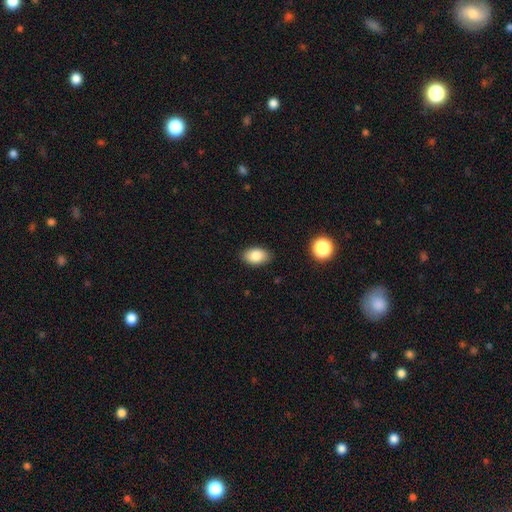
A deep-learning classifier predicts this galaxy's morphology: The model was most divided on "merging": none: 87%, minor disturbance: 10%, major disturbance: 2%, merger: 1%. More confident: how rounded — in between (89%); smooth or featured — smooth (85%).